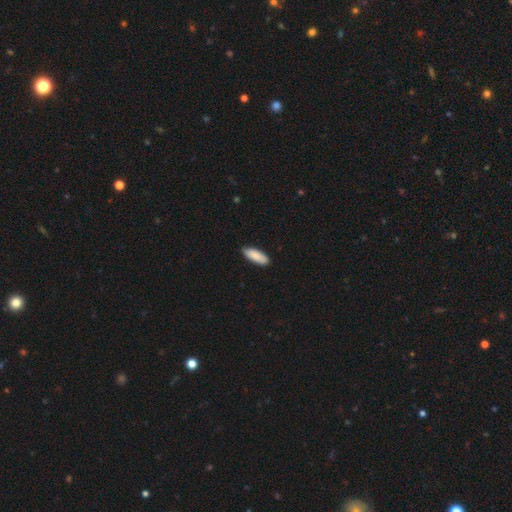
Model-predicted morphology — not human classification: Smooth or featured: smooth — 88% (featured or disk — 6%)
How rounded: in between — 73% (cigar-shaped — 25%)
Merging: none — 87% (minor disturbance — 11%)